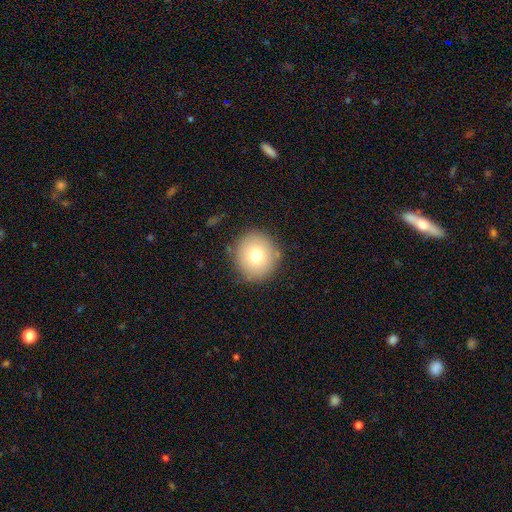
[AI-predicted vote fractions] Q: Smooth or featured?
A: smooth (76%); runner-up: featured or disk (14%)
Q: How rounded?
A: round (90%); runner-up: in between (9%)
Q: Merging?
A: none (85%); runner-up: minor disturbance (10%)